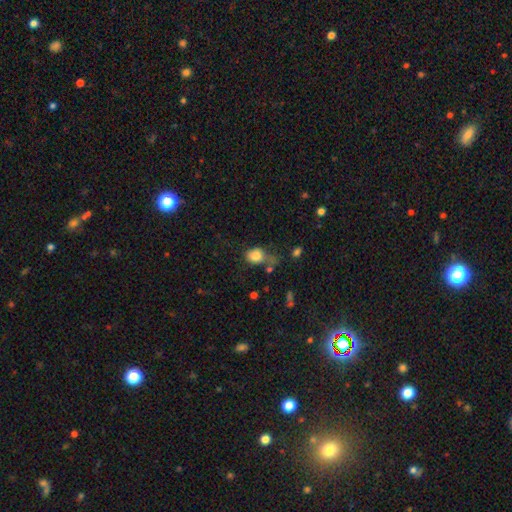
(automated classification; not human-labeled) Smooth or featured: smooth — 82% (star or artifact — 10%)
How rounded: round — 53% (in between — 45%)
Merging: none — 40% (minor disturbance — 28%)